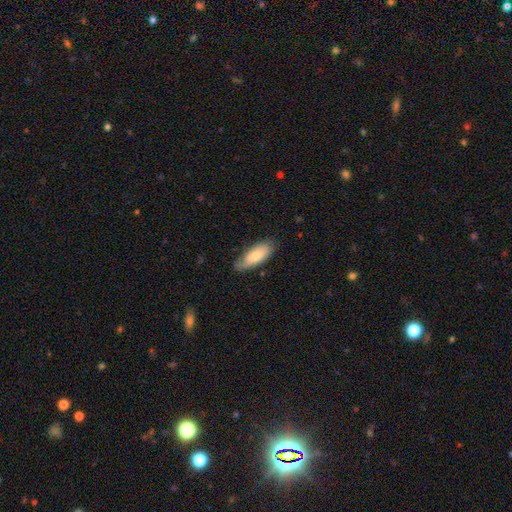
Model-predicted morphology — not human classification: smooth_or_featured: smooth (p=0.73) [alt: featured or disk p=0.21]
how_rounded: in between (p=0.78) [alt: cigar-shaped p=0.20]
merging: none (p=0.70) [alt: minor disturbance p=0.23]